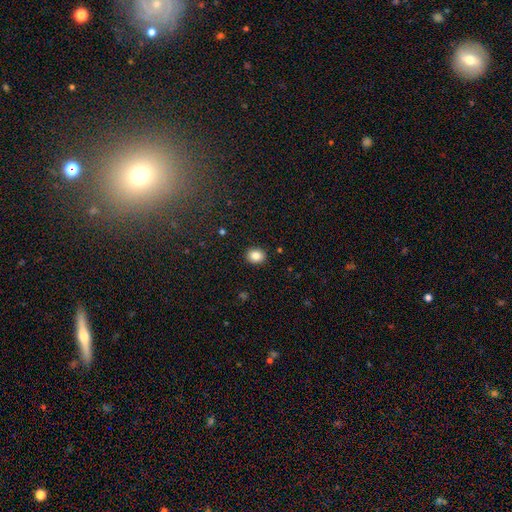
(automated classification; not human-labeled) smooth 84%, star or artifact 10%, featured or disk 6%. Down the decision tree: how rounded — round (63%); merging — none (91%).